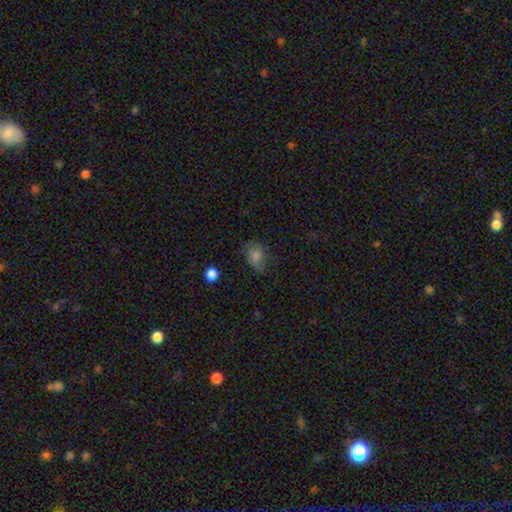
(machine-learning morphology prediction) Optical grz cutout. It shows a smooth galaxy with no disk features (72%) that is in between round and cigar-shaped (59%). Merging: none (59%).